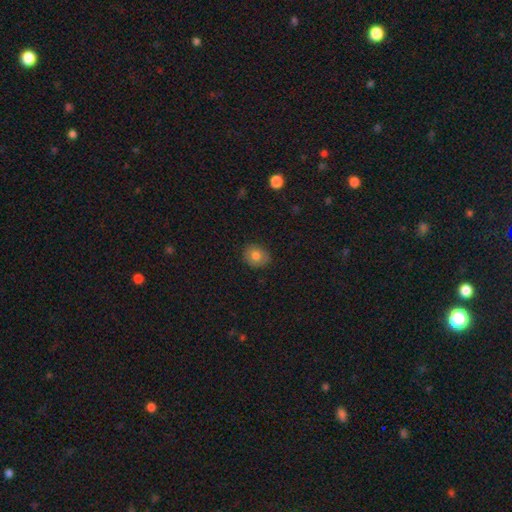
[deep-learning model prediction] This is likely a smooth galaxy (79%). How rounded: likely round (68%). Merging: clearly none (87%).